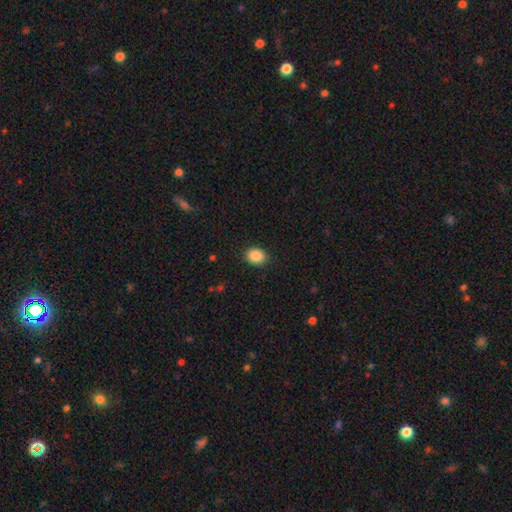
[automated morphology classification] This appears to be a smooth galaxy with no disk features (88%) that is in between round and cigar-shaped (55%). Merging: none (87%).